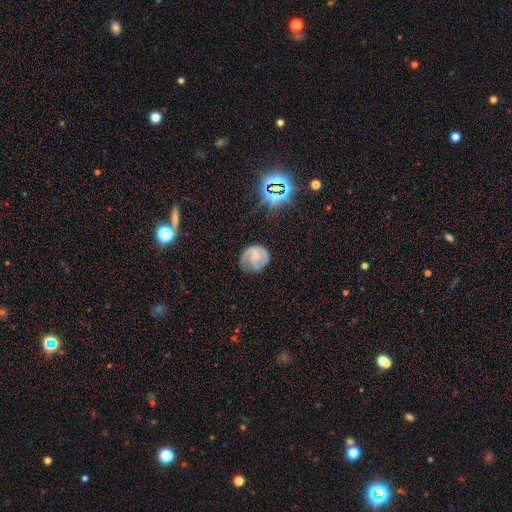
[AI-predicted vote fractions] This is likely a featured or disk galaxy (68%). It is clearly not viewed edge-on (98%). Bar: possibly no (58%). Spiral arm pattern: clearly yes (89%). Spiral arm count: marginally 2 (44%). Spiral winding: possibly tight (47%). Central bulge: possibly small (49%). Merging: possibly none (57%).